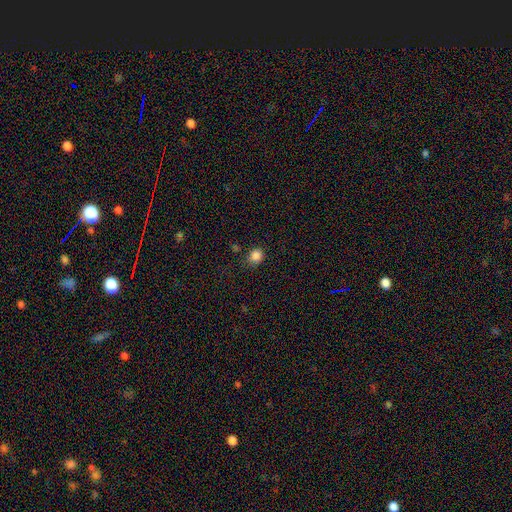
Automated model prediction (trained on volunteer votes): smooth_or_featured: smooth (p=0.84) [alt: star or artifact p=0.12]
how_rounded: round (p=0.79) [alt: in between p=0.20]
merging: none (p=0.79) [alt: minor disturbance p=0.14]